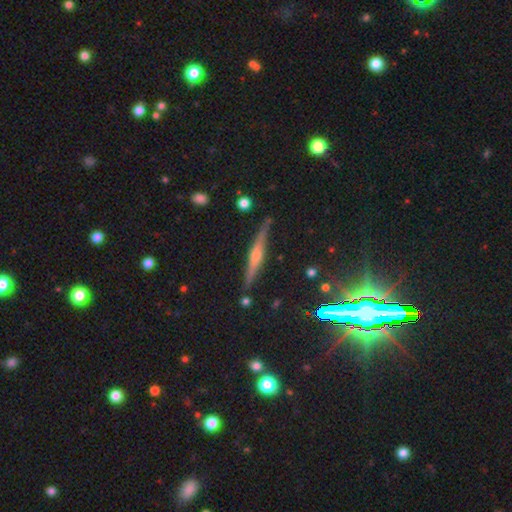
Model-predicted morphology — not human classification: featured or disk 65%, smooth 21%, star or artifact 14%. Down the decision tree: edge-on disk — yes (96%); edge-on bulge — rounded (69%); merging — none (84%).